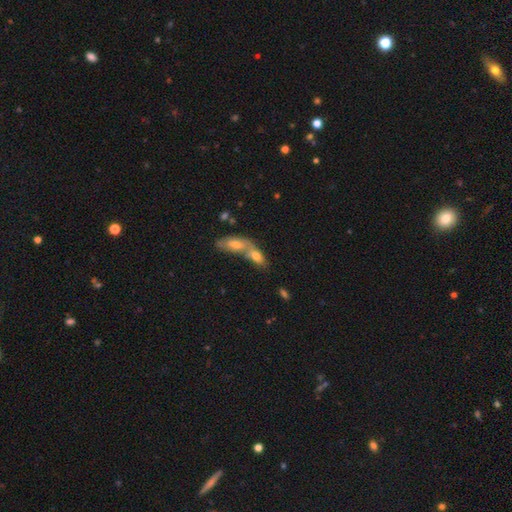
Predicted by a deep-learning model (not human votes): smooth_or_featured: smooth (p=0.60) [alt: featured or disk p=0.30]
how_rounded: in between (p=0.78) [alt: cigar-shaped p=0.16]
merging: merger (p=0.64) [alt: none p=0.25]